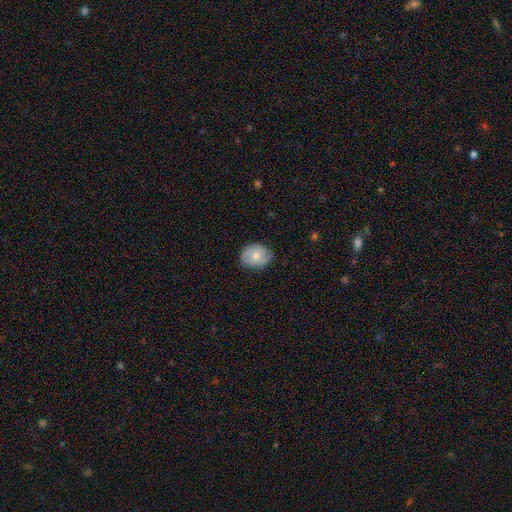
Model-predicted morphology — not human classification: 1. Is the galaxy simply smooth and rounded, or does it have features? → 58% smooth, 35% featured or disk, 7% star or artifact.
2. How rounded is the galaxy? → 51% round, 48% in between, 1% cigar-shaped.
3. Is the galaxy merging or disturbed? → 75% none, 20% minor disturbance, 4% major disturbance, 1% merger.